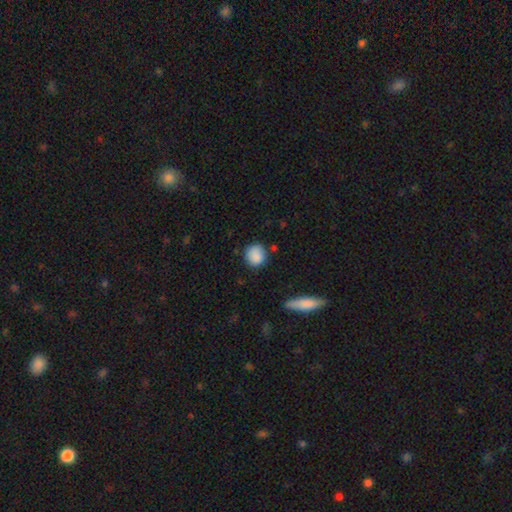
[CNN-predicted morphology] Smooth or featured? Predicted: smooth (p=0.88). How rounded? Predicted: round (p=0.81). Merging? Predicted: none (p=0.80).